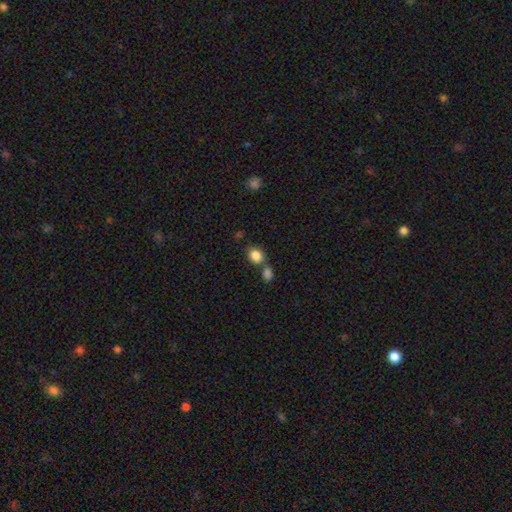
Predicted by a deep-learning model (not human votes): This appears to be a smooth galaxy with no disk features (85%) that is round (50%). Merging: none (53%).